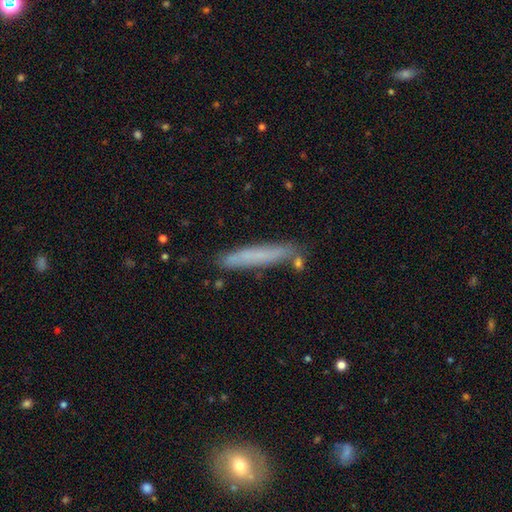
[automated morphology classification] Smooth or featured: smooth — 65% (featured or disk — 28%)
How rounded: cigar-shaped — 94% (in between — 5%)
Merging: none — 81% (minor disturbance — 13%)